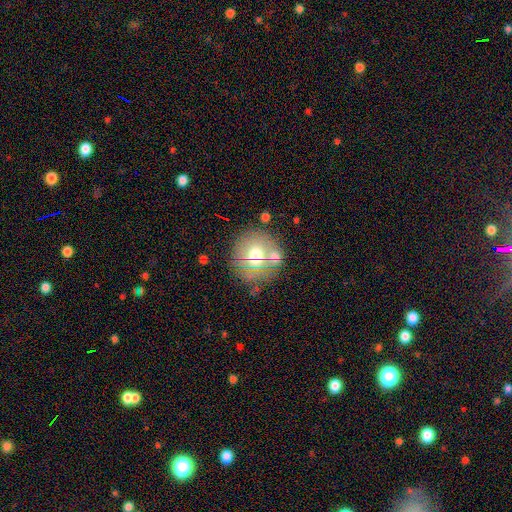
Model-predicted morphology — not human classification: smooth_or_featured: smooth (p=0.58) [alt: featured or disk p=0.25]
how_rounded: round (p=0.90) [alt: in between p=0.09]
merging: none (p=0.66) [alt: minor disturbance p=0.15]